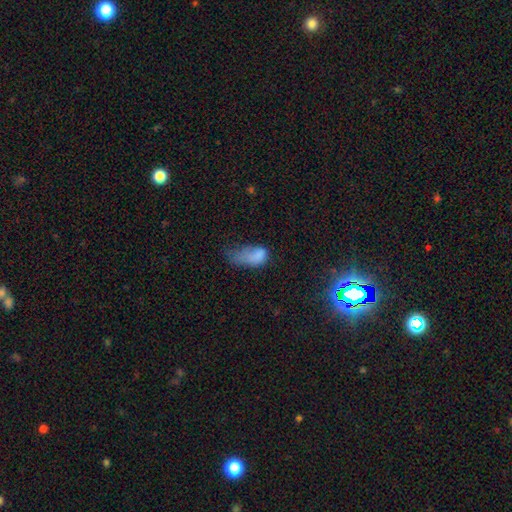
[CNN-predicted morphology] The model was most divided on "merging": major disturbance: 56%, minor disturbance: 25%, none: 14%, merger: 5%. More confident: how rounded — in between (89%); smooth or featured — smooth (71%).